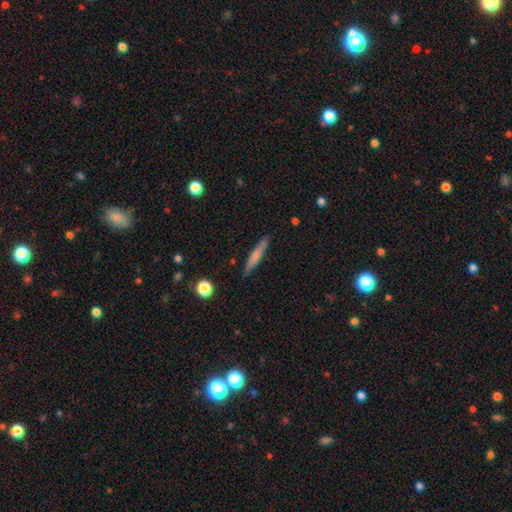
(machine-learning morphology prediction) A smooth galaxy with no disk features (63%) that is cigar-shaped (94%).

Vote fractions:
- Smooth or featured? smooth: 63% / featured or disk: 31% / star or artifact: 6%
- How rounded? cigar-shaped: 94% / in between: 5% / round: 2%
- Merging? none: 89% / minor disturbance: 8% / major disturbance: 2% / merger: 1%